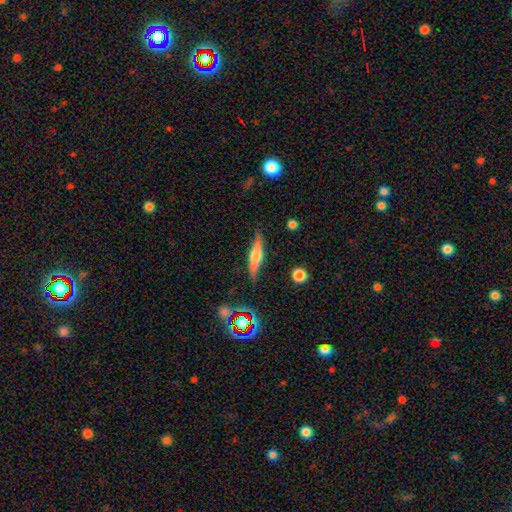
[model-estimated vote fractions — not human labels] The model was most divided on "smooth or featured": featured or disk: 55%, smooth: 37%, star or artifact: 8%. More confident: edge-on disk — yes (94%); edge-on bulge — rounded (85%); merging — none (83%).